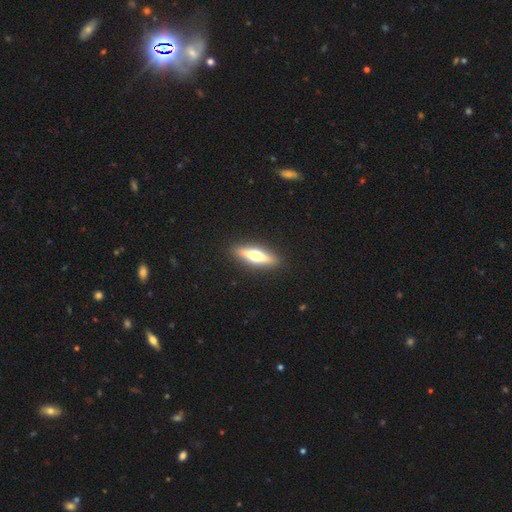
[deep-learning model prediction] Morphology: type=featured or disk (55%); edge-on=yes (93%); edge-on bulge=rounded (94%); merging=none (91%).